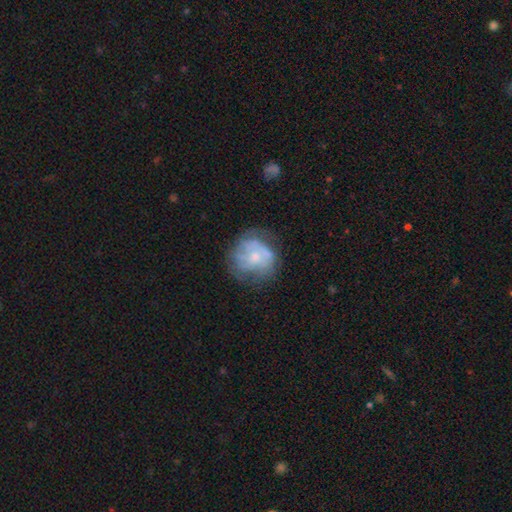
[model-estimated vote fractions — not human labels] Overall: featured or disk (54%; smooth 37%). Edge-on disk: no (98%). Bar: no (84%). Spiral arms: no (57%; yes 43%). Bulge size: small (53%; moderate 35%). Merging: none (52%; minor disturbance 25%).